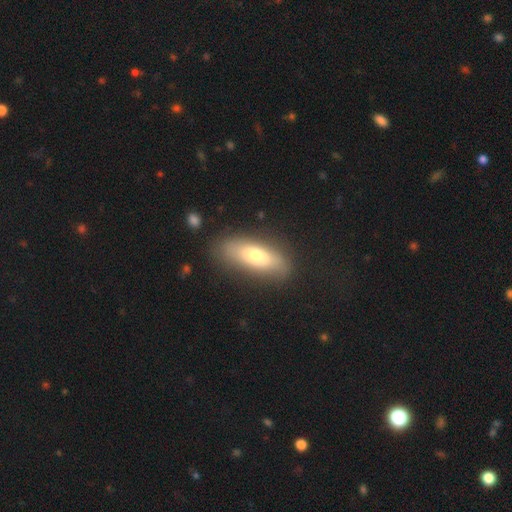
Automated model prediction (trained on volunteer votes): Smooth or featured? Predicted: smooth (p=0.68). How rounded? Predicted: in between (p=0.67). Merging? Predicted: none (p=0.81).